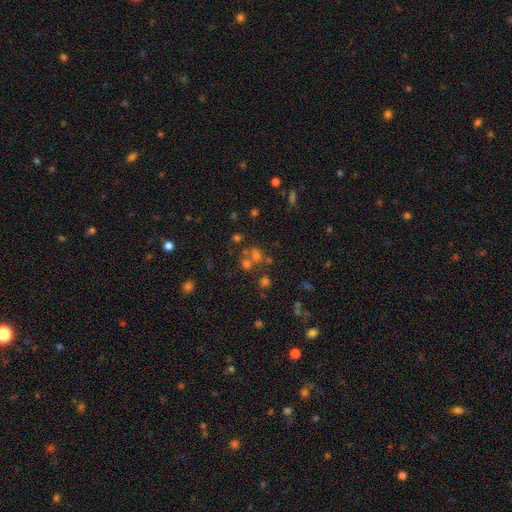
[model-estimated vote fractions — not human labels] Smooth or featured?
  - smooth: 50% *
  - star or artifact: 34%
  - featured or disk: 15%
How rounded?
  - round: 78% *
  - in between: 21%
  - cigar-shaped: 1%
Merging?
  - none: 51% *
  - merger: 35%
  - minor disturbance: 9%
  - major disturbance: 5%